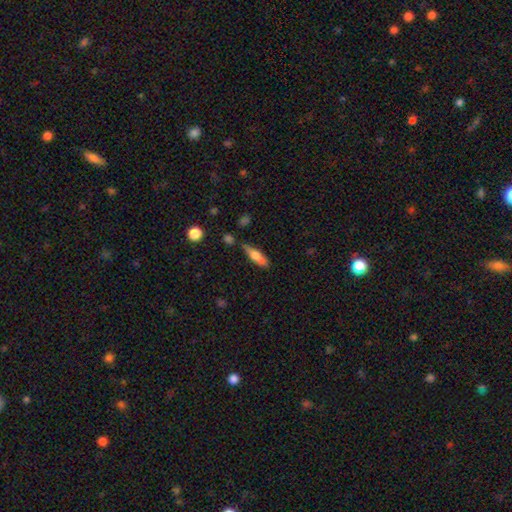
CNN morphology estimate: Smooth or featured: smooth — 58% (featured or disk — 35%)
How rounded: cigar-shaped — 62% (in between — 35%)
Merging: none — 57% (minor disturbance — 21%)